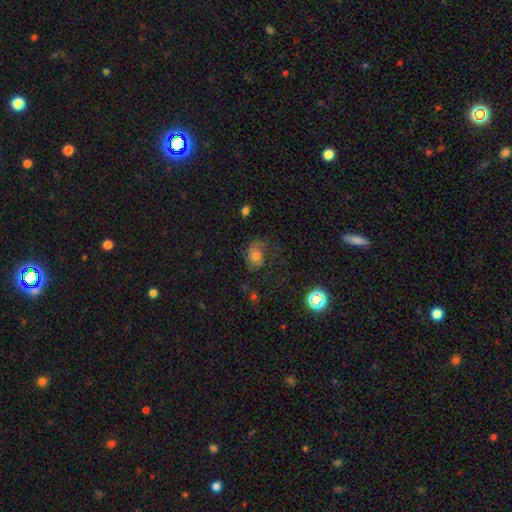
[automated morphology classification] type=smooth (56%); roundness=in between (60%); merging=none (39%).